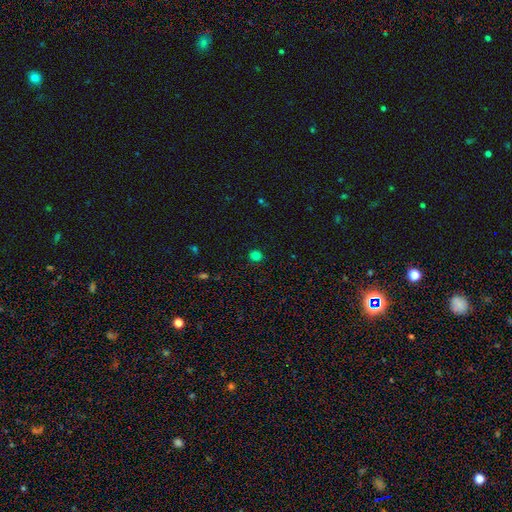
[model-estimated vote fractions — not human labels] Overall: smooth (80%). How rounded: round (84%). Merging: none (90%).